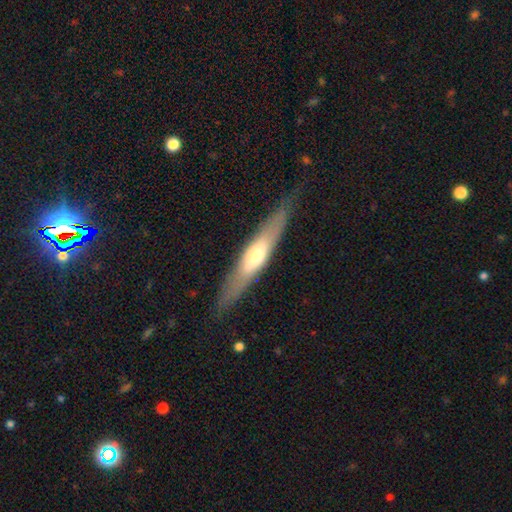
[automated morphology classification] Smooth or featured?
  - featured or disk: 51% *
  - smooth: 43%
  - star or artifact: 5%
Edge-on disk?
  - yes: 83% *
  - no: 17%
Merging?
  - none: 82% *
  - minor disturbance: 12%
  - major disturbance: 4%
  - merger: 1%